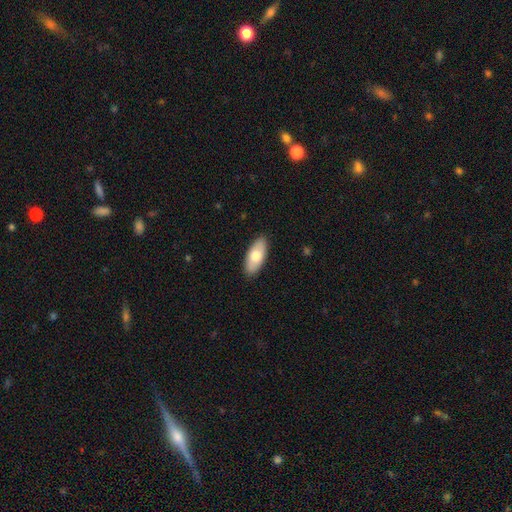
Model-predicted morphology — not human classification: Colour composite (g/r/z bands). It shows a smooth galaxy with no disk features (72%) that is in between round and cigar-shaped (89%). Merging: none (89%).